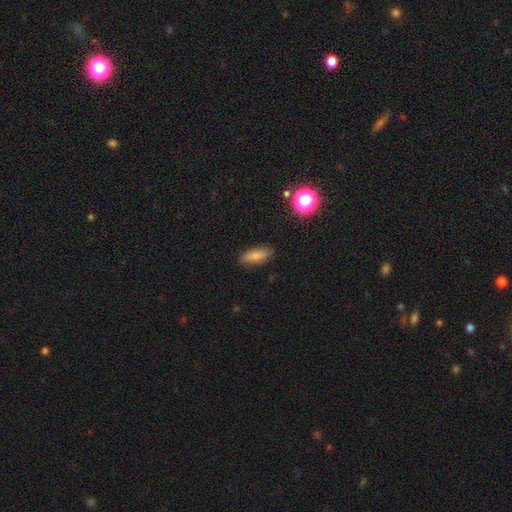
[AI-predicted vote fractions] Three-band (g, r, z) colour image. It shows a smooth galaxy with no disk features (76%) that is in between round and cigar-shaped (68%). Merging: none (83%).